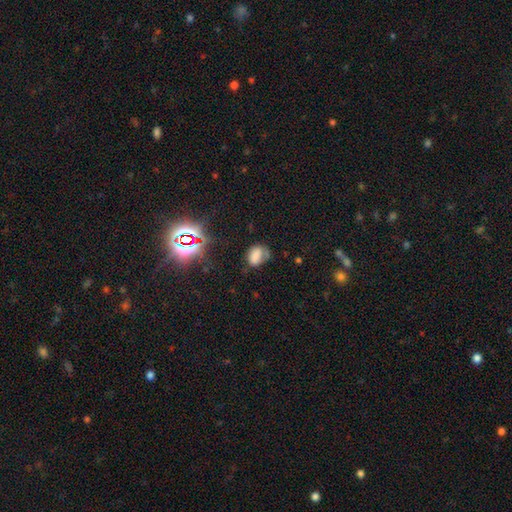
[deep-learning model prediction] smooth_or_featured: smooth (p=0.68) [alt: star or artifact p=0.18]
how_rounded: in between (p=0.73) [alt: round p=0.25]
merging: none (p=0.44) [alt: minor disturbance p=0.31]